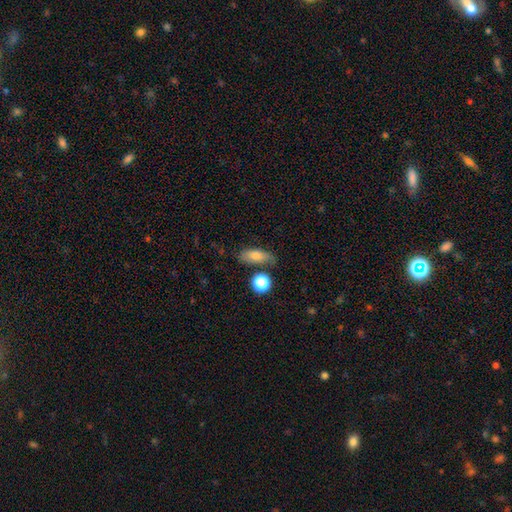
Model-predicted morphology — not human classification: Overall: smooth (69%). How rounded: in between (71%). Merging: none (72%).